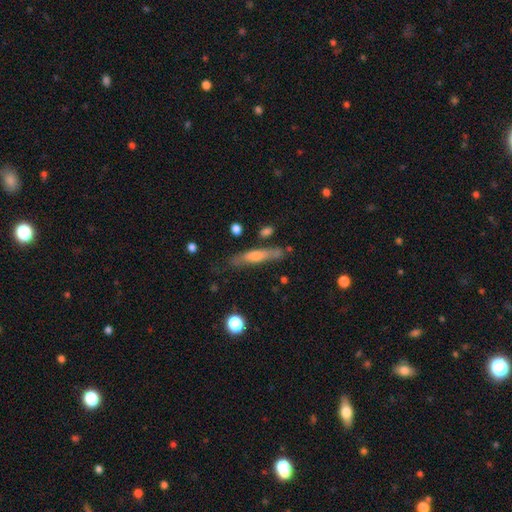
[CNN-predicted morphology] smooth 49%, featured or disk 43%, star or artifact 8%. Down the decision tree: merging — none (70%).